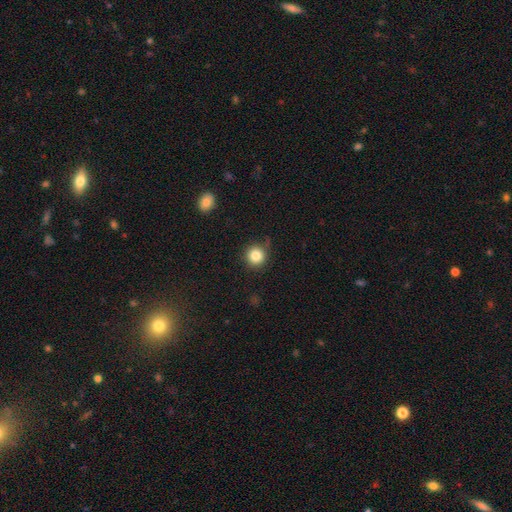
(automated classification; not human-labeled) Morphology: type=smooth (83%); roundness=round (93%); merging=none (79%).